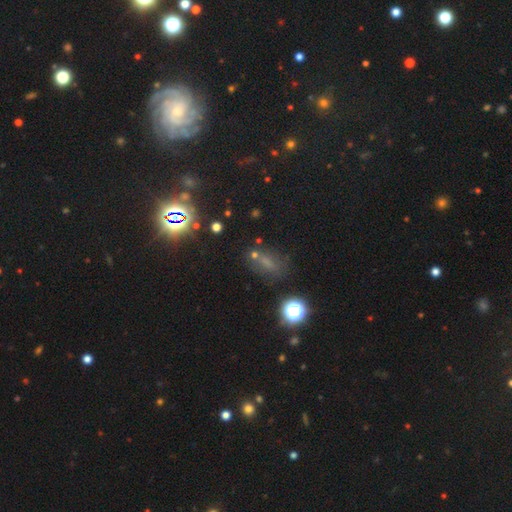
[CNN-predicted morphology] smooth 43% (tied), star or artifact 43% (tied), featured or disk 14%. Down the decision tree: merging — none (63%).